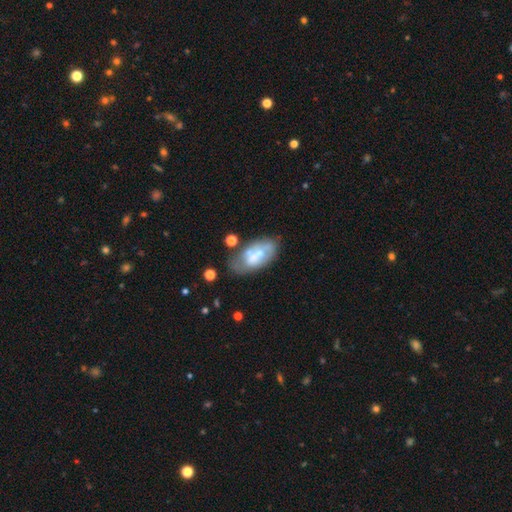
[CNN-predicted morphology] smooth-or-featured: featured or disk: 49% | smooth: 43% | star or artifact: 8%
  merging: none: 42% | minor disturbance: 27% | major disturbance: 16% | merger: 15%